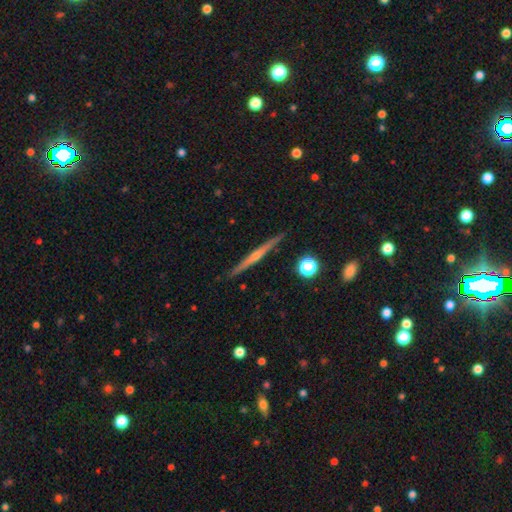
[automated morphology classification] smooth-or-featured: featured or disk: 72% | smooth: 20% | star or artifact: 7%
  disk-edge-on: yes: 98% | no: 2%
    edge-on-bulge: rounded: 69% | none: 26% | boxy: 5%
  merging: none: 91% | minor disturbance: 6% | merger: 1% | major disturbance: 1%